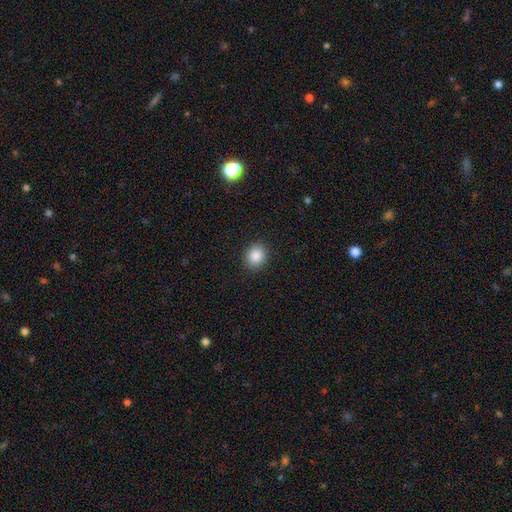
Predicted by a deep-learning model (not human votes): Smooth or featured: smooth — 86% (star or artifact — 10%)
How rounded: round — 68% (in between — 31%)
Merging: none — 90% (minor disturbance — 7%)